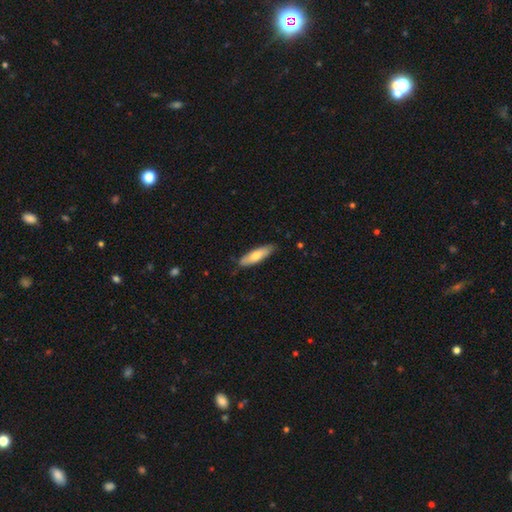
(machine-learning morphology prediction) This is likely a smooth galaxy (69%). How rounded: likely cigar-shaped (61%). Merging: clearly none (82%).